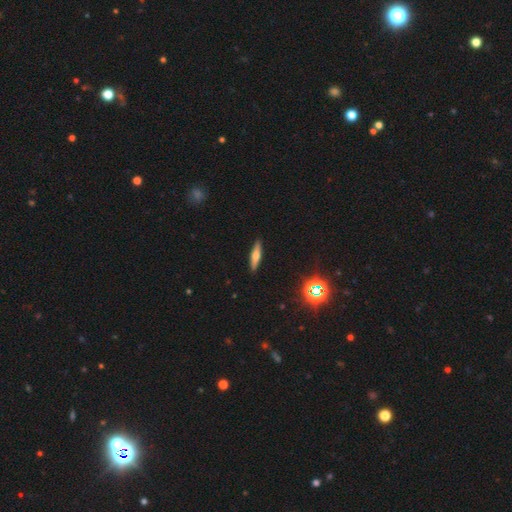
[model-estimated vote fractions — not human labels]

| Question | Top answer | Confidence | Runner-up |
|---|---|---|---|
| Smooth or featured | smooth | 46% | featured or disk (44%) |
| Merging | none | 91% | minor disturbance (7%) |